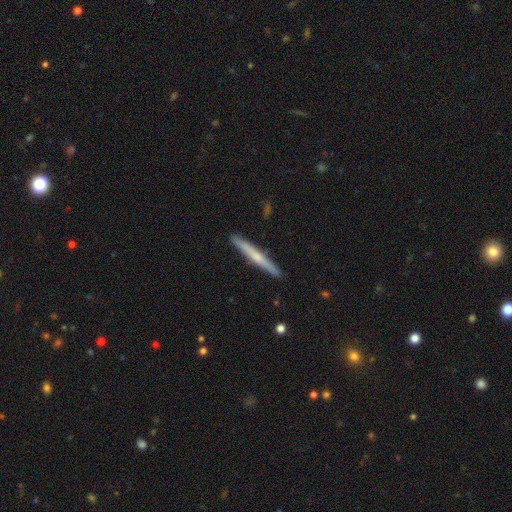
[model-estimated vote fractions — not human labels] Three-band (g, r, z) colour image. It shows a featured or disk galaxy (51%) viewed edge-on (97%). Merging: none (92%).